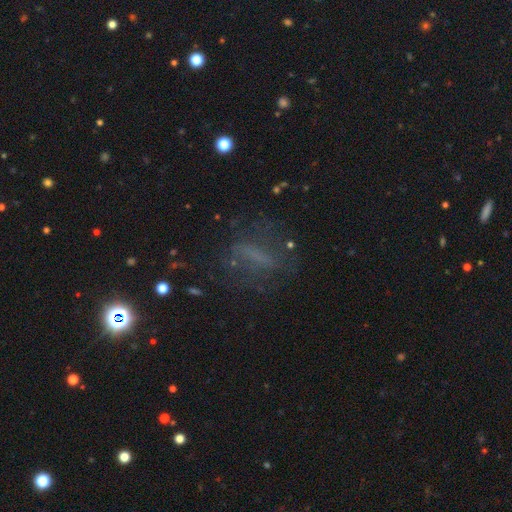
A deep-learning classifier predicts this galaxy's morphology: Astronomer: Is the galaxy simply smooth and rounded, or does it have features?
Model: featured or disk — 38% (runner-up: smooth, 35%).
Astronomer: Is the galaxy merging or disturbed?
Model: none — 63%.